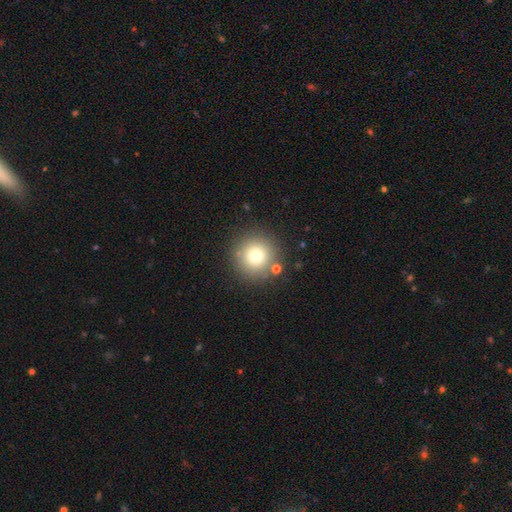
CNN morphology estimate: Smooth or featured? Predicted: smooth (p=0.75). How rounded? Predicted: round (p=0.96). Merging? Predicted: none (p=0.85).